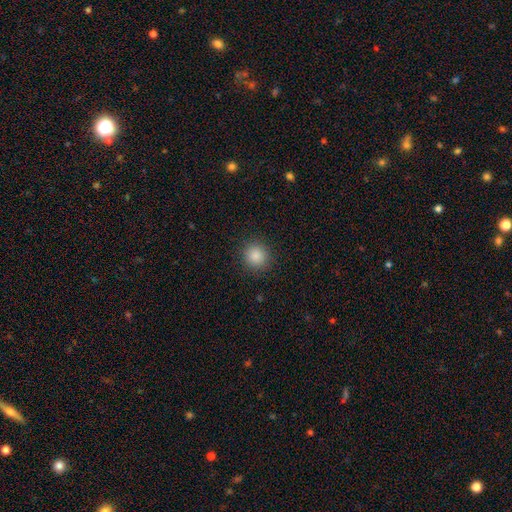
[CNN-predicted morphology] A smooth galaxy with no disk features (86%) that is round (92%).

Vote fractions:
- Smooth or featured? smooth: 86% / star or artifact: 10% / featured or disk: 4%
- How rounded? round: 92% / in between: 7% / cigar-shaped: 1%
- Merging? none: 91% / minor disturbance: 6% / major disturbance: 2% / merger: 1%